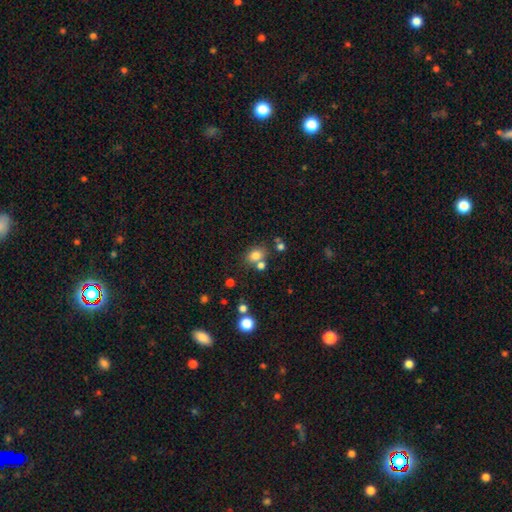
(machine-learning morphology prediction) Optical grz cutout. It shows a smooth galaxy with no disk features (78%) that is in between round and cigar-shaped (56%). Merging: none (63%).